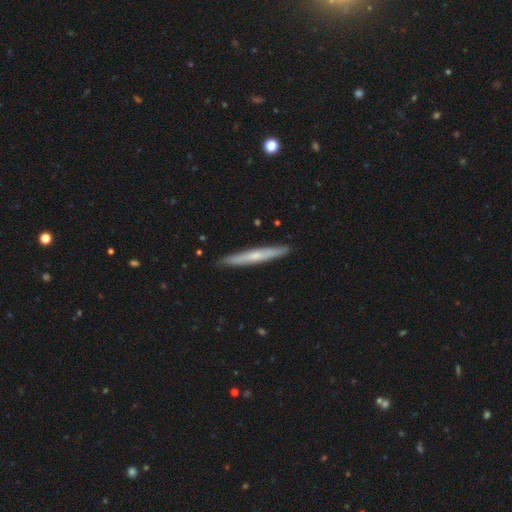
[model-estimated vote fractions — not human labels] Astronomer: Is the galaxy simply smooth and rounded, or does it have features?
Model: featured or disk — 48% (runner-up: smooth, 47%).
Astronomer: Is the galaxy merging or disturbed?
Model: none — 91%.